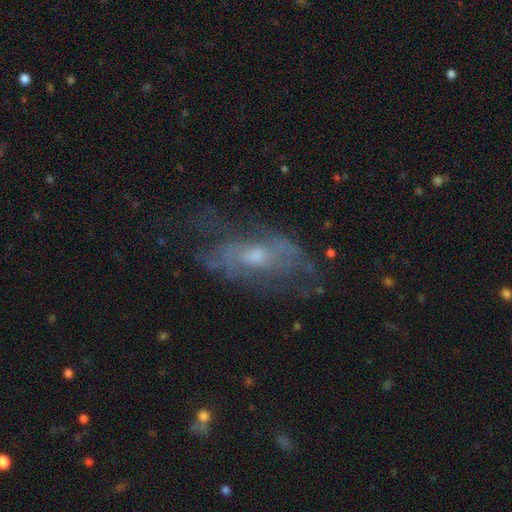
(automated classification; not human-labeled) smooth_or_featured: featured or disk (p=0.74) [alt: smooth p=0.17]
disk_edge_on: no (p=0.90) [alt: yes p=0.10]
bar: no (p=0.59) [alt: weak p=0.34]
has_spiral_arms: yes (p=0.71) [alt: no p=0.29]
bulge_size: moderate (p=0.53) [alt: small p=0.37]
merging: none (p=0.58) [alt: minor disturbance p=0.22]